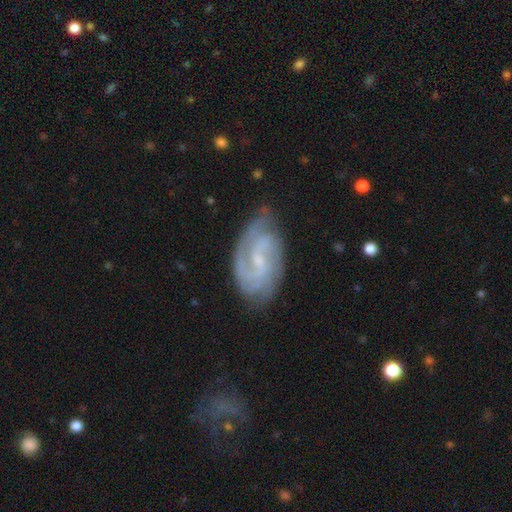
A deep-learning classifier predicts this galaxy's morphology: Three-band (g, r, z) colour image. It shows a featured or disk galaxy (82%) with a weak bar (51%), 2 (65%) tight (45%) spiral arms (96%) and a small central bulge (69%). Merging: none (72%).